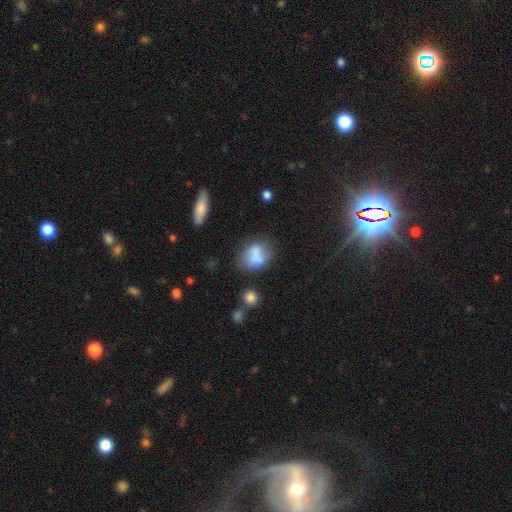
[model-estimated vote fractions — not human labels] This is likely a smooth galaxy (73%). How rounded: likely in between (64%). Merging: possibly none (52%).